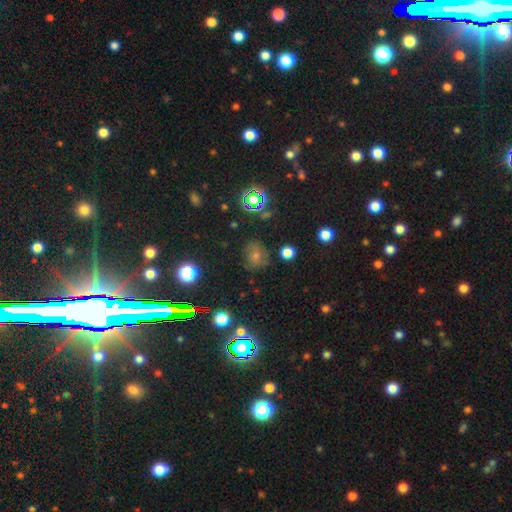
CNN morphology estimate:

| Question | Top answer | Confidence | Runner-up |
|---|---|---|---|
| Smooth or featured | smooth | 42% | star or artifact (37%) |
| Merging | none | 75% | minor disturbance (16%) |